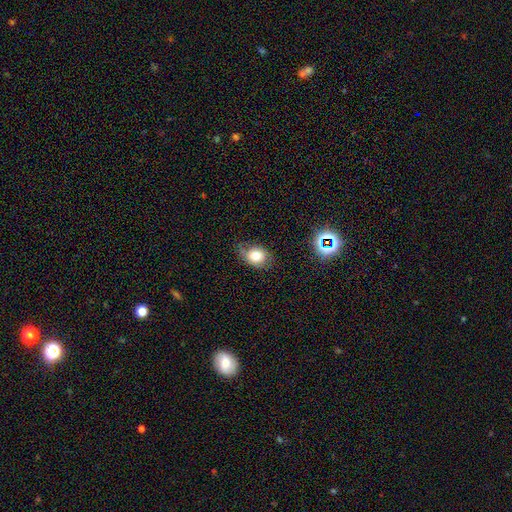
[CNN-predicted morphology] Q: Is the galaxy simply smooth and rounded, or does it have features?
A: smooth — 72%.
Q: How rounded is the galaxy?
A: in between — 54%.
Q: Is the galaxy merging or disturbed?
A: none — 58%.